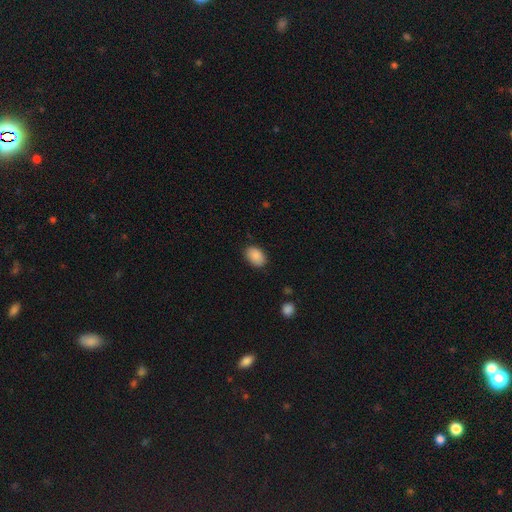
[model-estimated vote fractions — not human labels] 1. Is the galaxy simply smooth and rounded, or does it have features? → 89% smooth, 7% star or artifact, 4% featured or disk.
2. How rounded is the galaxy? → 85% in between, 14% round, 1% cigar-shaped.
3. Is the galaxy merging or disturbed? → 84% none, 12% minor disturbance, 3% major disturbance, 1% merger.